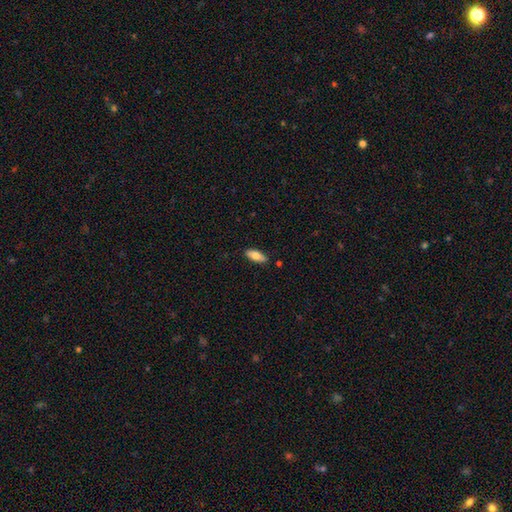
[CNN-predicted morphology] This appears to be a smooth galaxy with no disk features (74%) that is in between round and cigar-shaped (79%). Merging: none (85%).